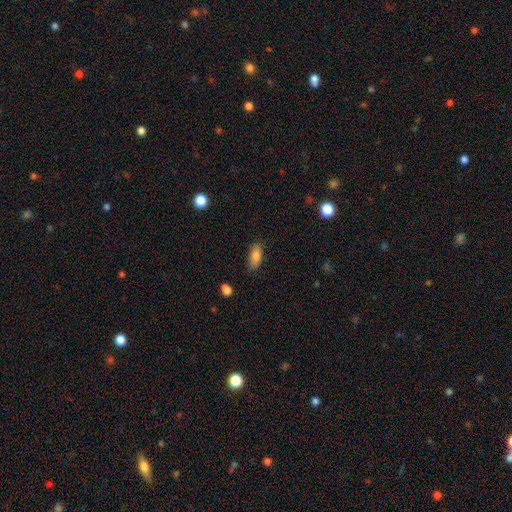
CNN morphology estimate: smooth_or_featured: smooth (p=0.81) [alt: featured or disk p=0.11]
how_rounded: in between (p=0.81) [alt: cigar-shaped p=0.16]
merging: none (p=0.81) [alt: minor disturbance p=0.15]